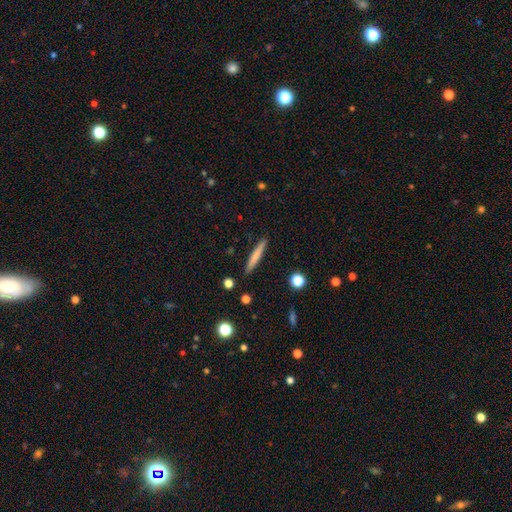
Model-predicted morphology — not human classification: This is likely a smooth galaxy (71%). How rounded: clearly cigar-shaped (95%). Merging: clearly none (91%).